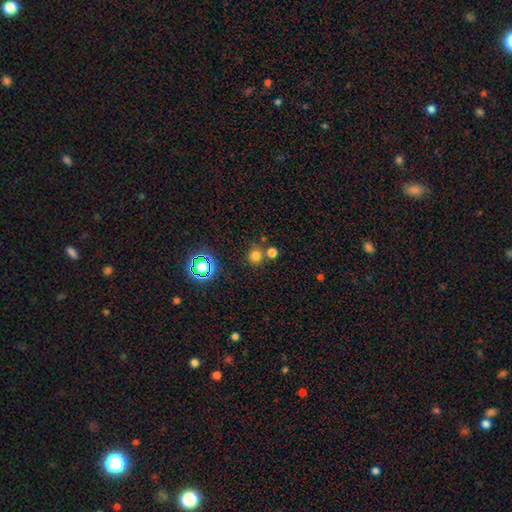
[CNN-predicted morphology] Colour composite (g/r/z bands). It shows a smooth galaxy with no disk features (73%) that is round (89%). Merging: none (70%).